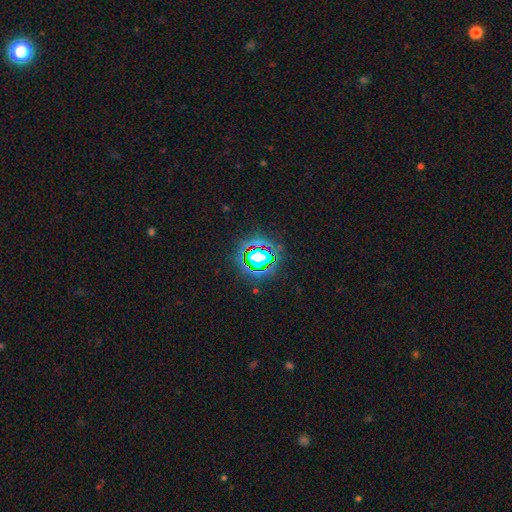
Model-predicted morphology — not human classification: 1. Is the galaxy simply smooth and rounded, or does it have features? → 70% star or artifact, 19% smooth, 10% featured or disk.